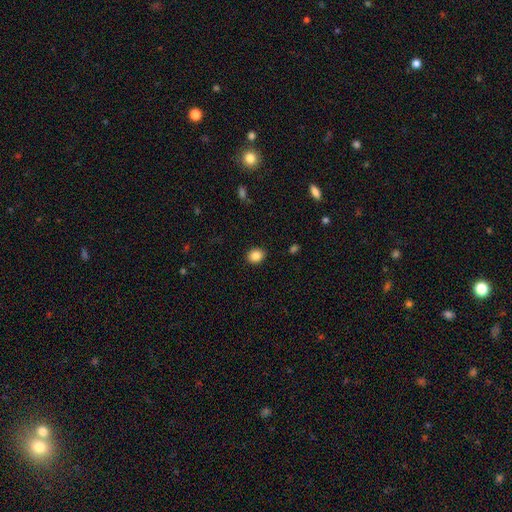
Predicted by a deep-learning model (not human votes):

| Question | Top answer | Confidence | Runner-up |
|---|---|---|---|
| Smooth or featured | smooth | 87% | star or artifact (9%) |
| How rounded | round | 62% | in between (37%) |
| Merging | none | 89% | minor disturbance (7%) |